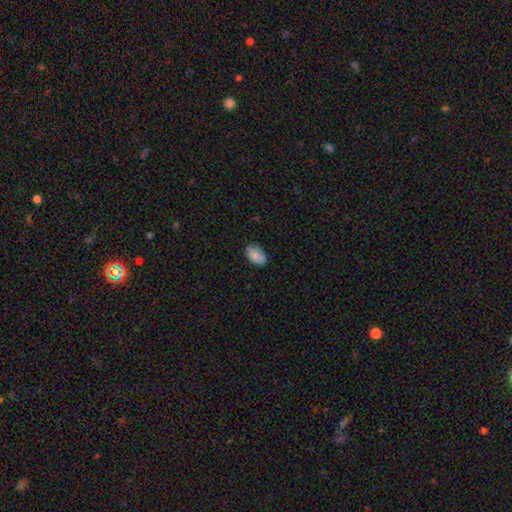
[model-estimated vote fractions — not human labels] Smooth or featured? Predicted: smooth (p=0.87). How rounded? Predicted: in between (p=0.91). Merging? Predicted: none (p=0.78).